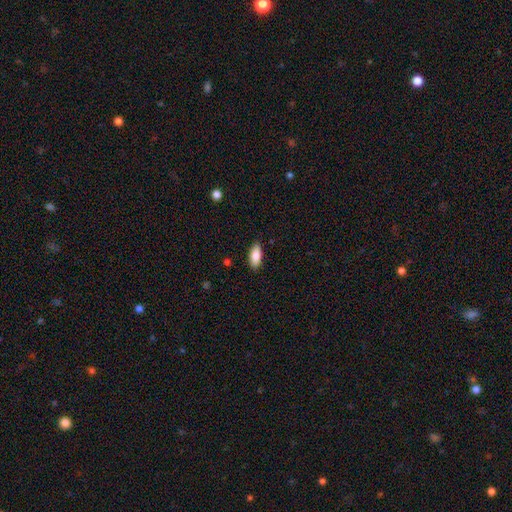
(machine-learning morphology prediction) Smooth or featured: smooth — 86% (featured or disk — 8%)
How rounded: in between — 86% (cigar-shaped — 12%)
Merging: none — 88% (minor disturbance — 9%)